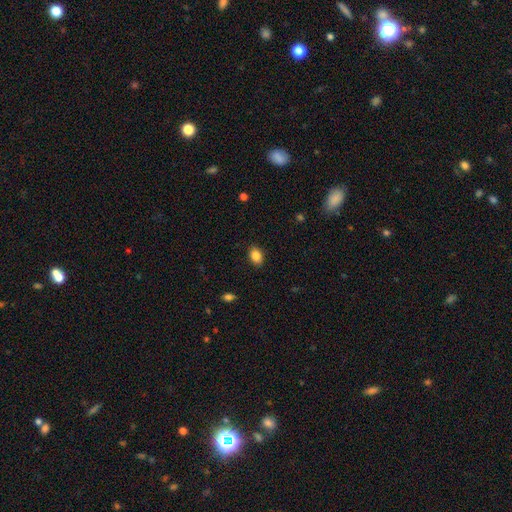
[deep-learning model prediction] smooth 87%, star or artifact 9%, featured or disk 5%. Down the decision tree: how rounded — in between (77%); merging — none (88%).